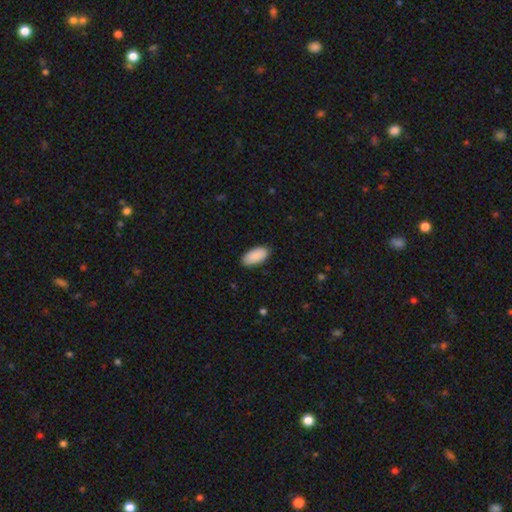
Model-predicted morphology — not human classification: type=smooth (90%); roundness=in between (95%); merging=none (88%).